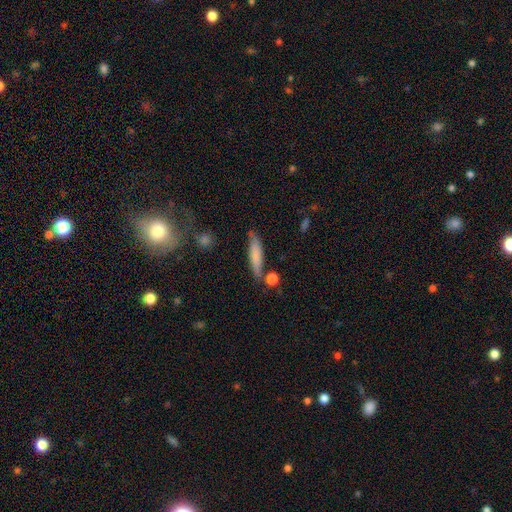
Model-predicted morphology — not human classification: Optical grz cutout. It shows a smooth galaxy with no disk features (74%) that is cigar-shaped (81%). Merging: none (72%).